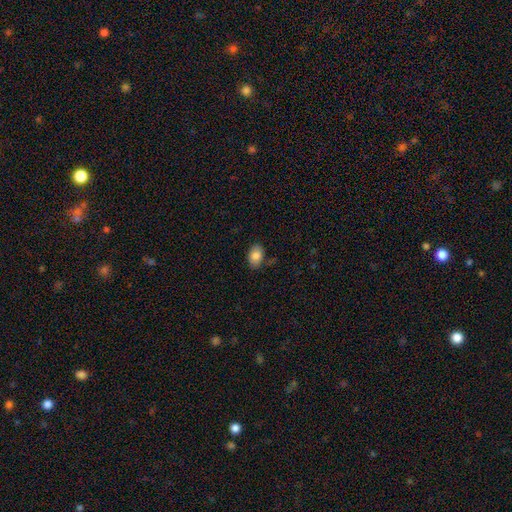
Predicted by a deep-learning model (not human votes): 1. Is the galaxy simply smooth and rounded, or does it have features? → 84% smooth, 9% featured or disk, 8% star or artifact.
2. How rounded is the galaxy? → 86% in between, 13% round, 1% cigar-shaped.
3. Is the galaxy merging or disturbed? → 78% none, 16% minor disturbance, 3% major disturbance, 3% merger.